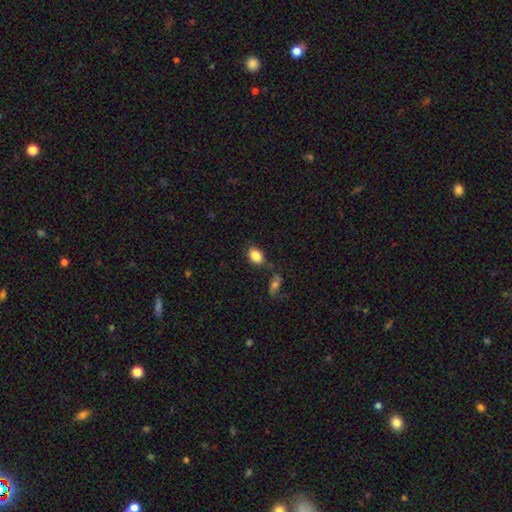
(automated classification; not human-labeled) Overall: smooth (85%). How rounded: in between (80%). Merging: none (66%).